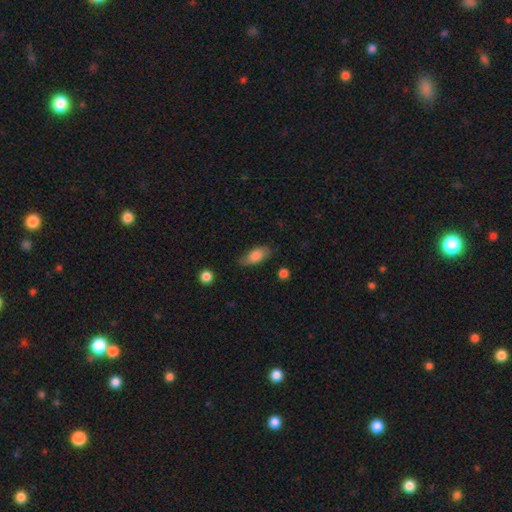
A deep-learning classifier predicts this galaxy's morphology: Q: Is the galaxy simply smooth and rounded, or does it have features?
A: smooth — 79%.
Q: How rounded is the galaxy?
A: in between — 85%.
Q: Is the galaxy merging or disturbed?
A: none — 66%.